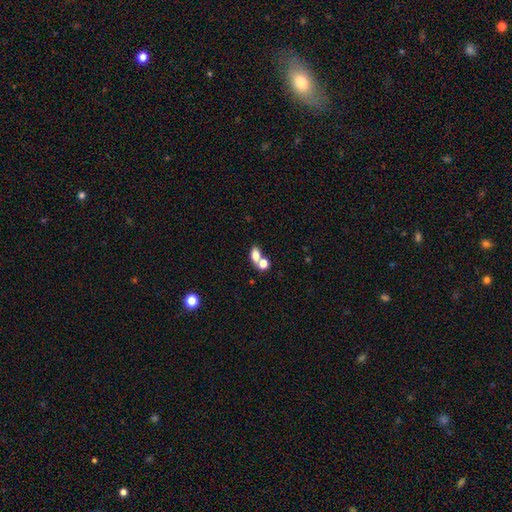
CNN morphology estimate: smooth 77%, featured or disk 12%, star or artifact 11%. Down the decision tree: how rounded — in between (77%); merging — merger (51%).